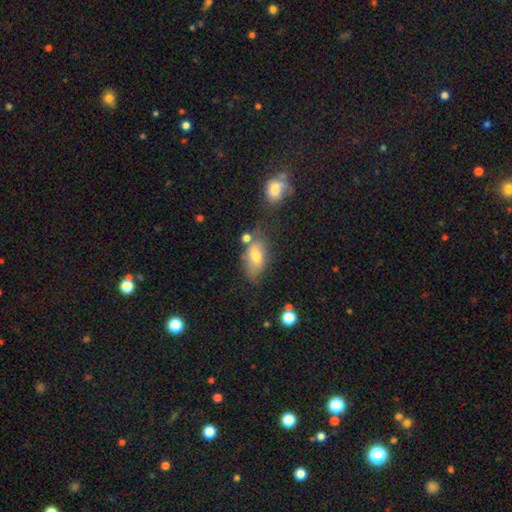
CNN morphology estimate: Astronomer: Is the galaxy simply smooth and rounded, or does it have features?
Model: smooth — 68%.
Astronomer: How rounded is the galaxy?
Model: in between — 89%.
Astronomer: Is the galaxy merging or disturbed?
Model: none — 54%.